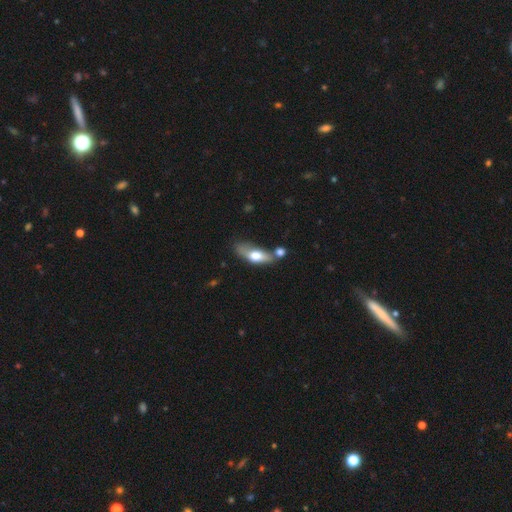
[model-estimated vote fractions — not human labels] Smooth or featured: smooth — 58% (featured or disk — 36%)
How rounded: in between — 64% (cigar-shaped — 32%)
Merging: none — 44% (merger — 24%)